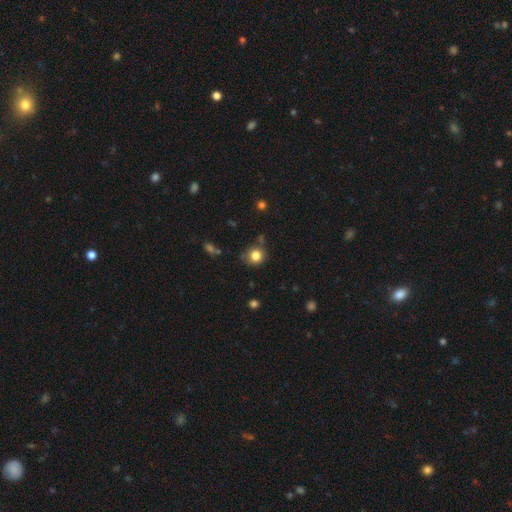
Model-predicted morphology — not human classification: smooth-or-featured: smooth: 82% | star or artifact: 12% | featured or disk: 6%
  how-rounded: round: 88% | in between: 11% | cigar-shaped: 1%
  merging: none: 74% | minor disturbance: 16% | merger: 5% | major disturbance: 4%